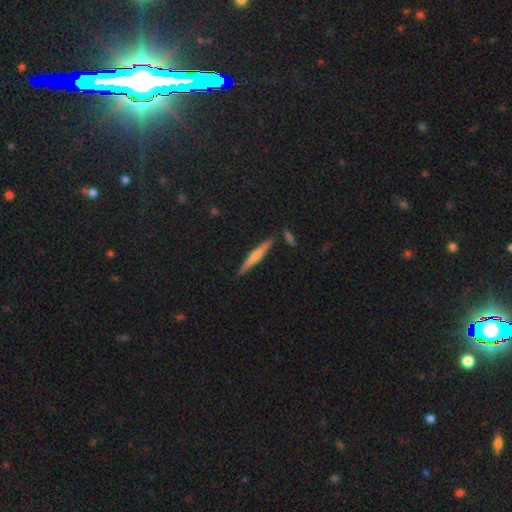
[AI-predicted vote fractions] Smooth or featured?
  - featured or disk: 48% *
  - smooth: 45%
  - star or artifact: 7%
Merging?
  - none: 85% *
  - minor disturbance: 9%
  - merger: 4%
  - major disturbance: 2%